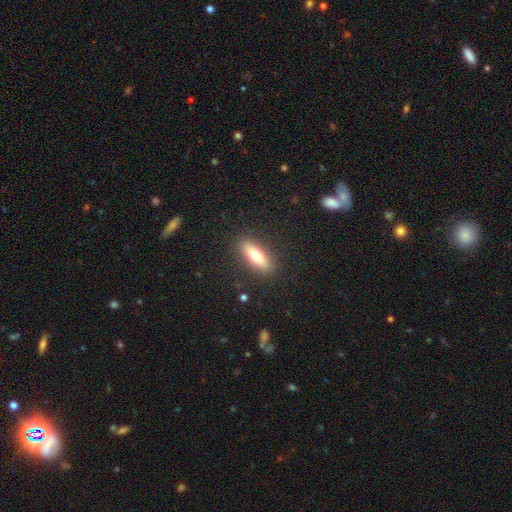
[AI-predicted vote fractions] Smooth or featured? Predicted: smooth (p=0.62). How rounded? Predicted: in between (p=0.56). Merging? Predicted: none (p=0.88).